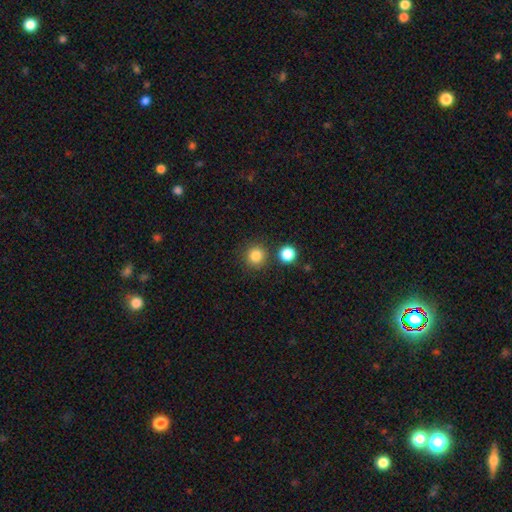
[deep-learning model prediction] A smooth galaxy with no disk features (83%) that is round (94%). Merging: none (84%).